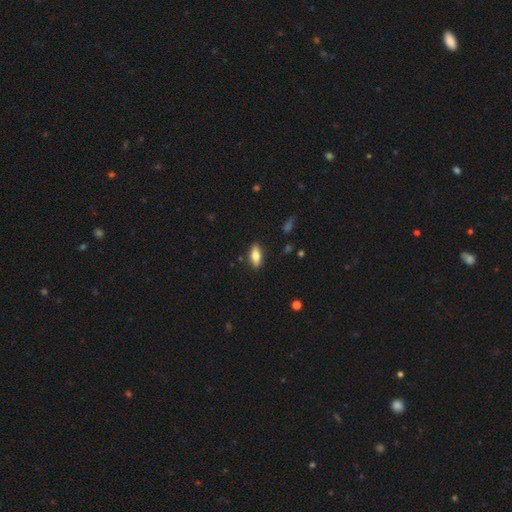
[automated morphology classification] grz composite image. It shows a smooth galaxy with no disk features (70%) that is in between round and cigar-shaped (78%). Merging: none (87%).